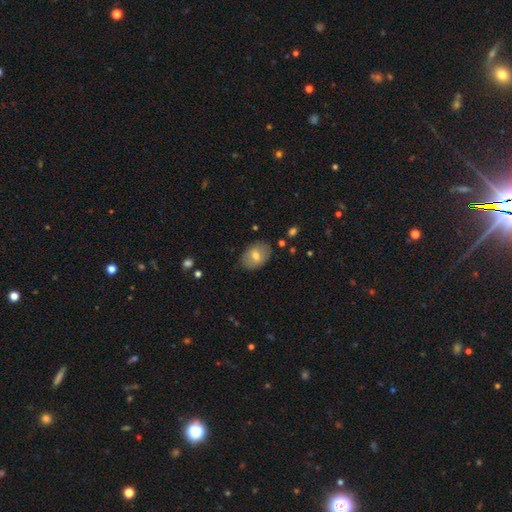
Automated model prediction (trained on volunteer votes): Morphology: type=smooth (67%); roundness=in between (79%); merging=none (80%).